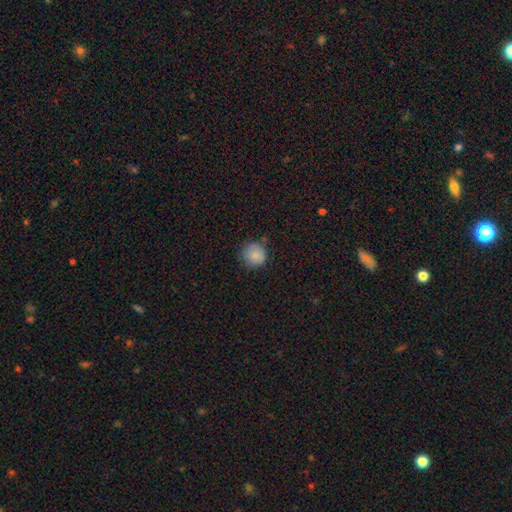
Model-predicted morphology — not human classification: Smooth or featured?
  - smooth: 84% *
  - star or artifact: 9%
  - featured or disk: 7%
How rounded?
  - round: 93% *
  - in between: 6%
  - cigar-shaped: 1%
Merging?
  - none: 73% *
  - minor disturbance: 20%
  - major disturbance: 4%
  - merger: 3%